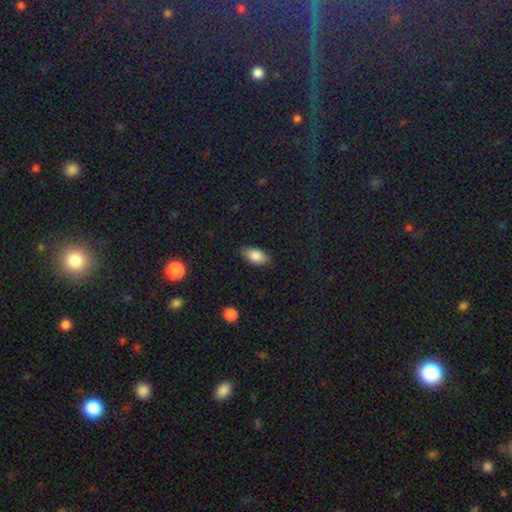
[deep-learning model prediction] This appears to be a smooth galaxy with no disk features (84%) that is in between round and cigar-shaped (91%). Merging: none (83%).